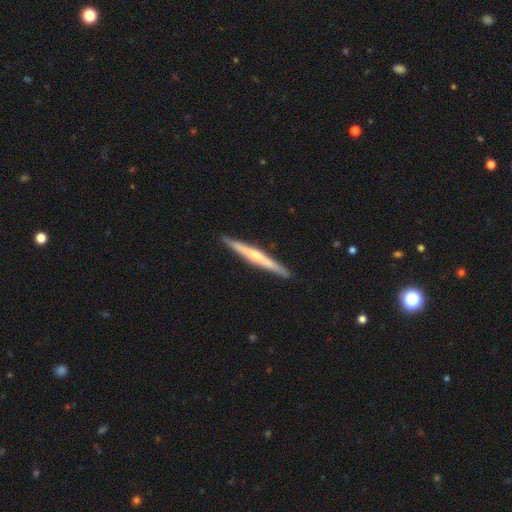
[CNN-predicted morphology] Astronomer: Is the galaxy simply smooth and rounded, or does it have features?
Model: featured or disk — 64%.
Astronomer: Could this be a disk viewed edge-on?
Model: yes — 98%.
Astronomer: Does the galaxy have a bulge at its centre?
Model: rounded — 60%.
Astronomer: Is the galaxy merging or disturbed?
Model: none — 91%.